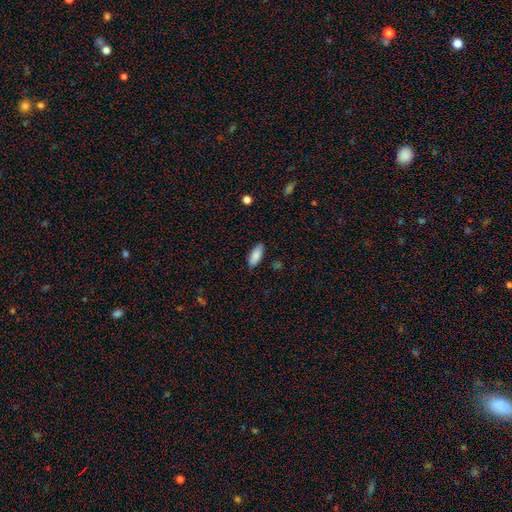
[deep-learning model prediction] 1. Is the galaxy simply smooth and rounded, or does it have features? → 87% smooth, 7% featured or disk, 6% star or artifact.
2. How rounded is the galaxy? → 84% in between, 14% cigar-shaped, 2% round.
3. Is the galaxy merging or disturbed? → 85% none, 12% minor disturbance, 2% major disturbance, 1% merger.